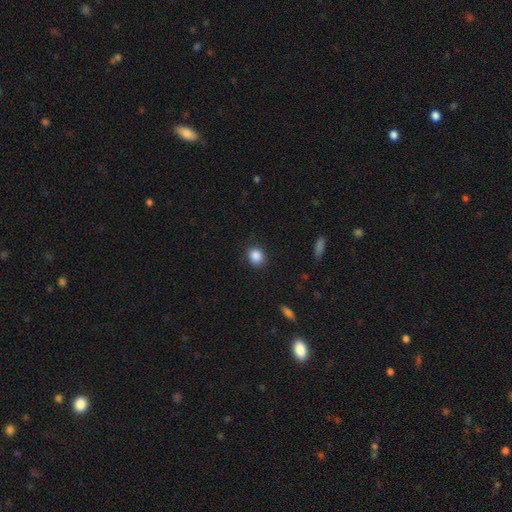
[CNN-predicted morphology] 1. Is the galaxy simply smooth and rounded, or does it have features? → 87% smooth, 9% star or artifact, 3% featured or disk.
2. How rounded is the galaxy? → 77% round, 21% in between, 1% cigar-shaped.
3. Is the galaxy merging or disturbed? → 87% none, 9% minor disturbance, 3% major disturbance, 1% merger.